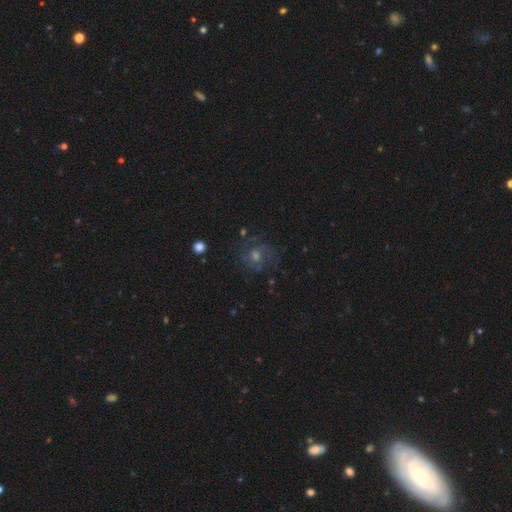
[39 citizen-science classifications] Overall: featured or disk (74%). Edge-on disk: no (93%). Bar: no (81%). Spiral arms: yes (89%). Spiral arm count: 2 (42%, tied with can't tell). Spiral winding: medium (54%; tight 46%). Bulge size: moderate (70%). Merging: none (66%).